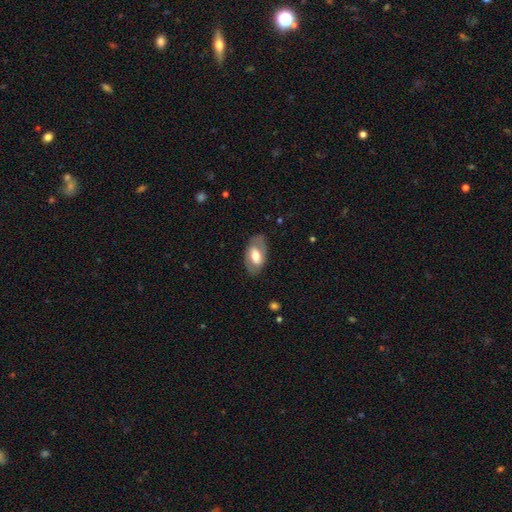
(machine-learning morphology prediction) smooth-or-featured: featured or disk: 55% | smooth: 39% | star or artifact: 6%
  disk-edge-on: no: 91% | yes: 9%
    bar: weak: 40% | no: 34% | strong: 27%
    has-spiral-arms: yes: 56% | no: 44%
    bulge-size: moderate: 62% | large: 24% | small: 11% | dominant: 2% | none: 1%
  merging: none: 81% | minor disturbance: 13% | major disturbance: 5% | merger: 1%